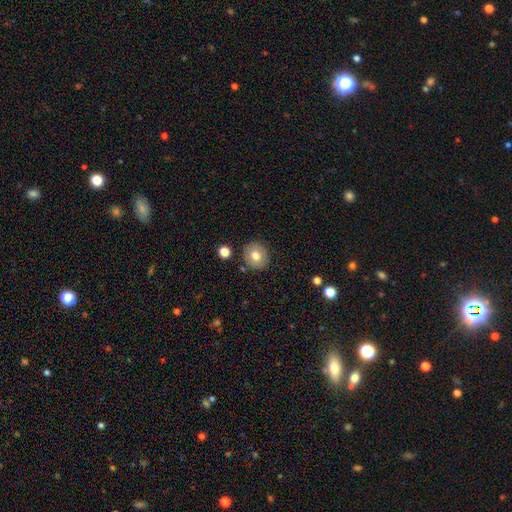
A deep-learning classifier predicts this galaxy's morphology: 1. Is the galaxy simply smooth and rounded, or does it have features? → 77% smooth, 14% featured or disk, 10% star or artifact.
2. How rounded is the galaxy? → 85% round, 14% in between, 1% cigar-shaped.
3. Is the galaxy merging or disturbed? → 86% none, 8% minor disturbance, 3% merger, 2% major disturbance.